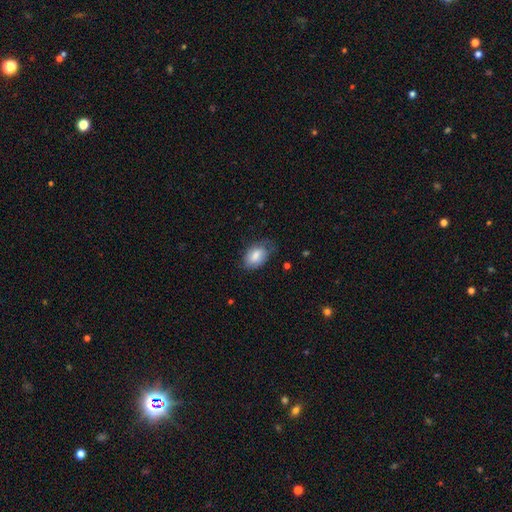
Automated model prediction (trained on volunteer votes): smooth-or-featured: smooth: 79% | featured or disk: 14% | star or artifact: 7%
  how-rounded: in between: 88% | round: 11% | cigar-shaped: 1%
  merging: none: 57% | minor disturbance: 32% | major disturbance: 9% | merger: 1%